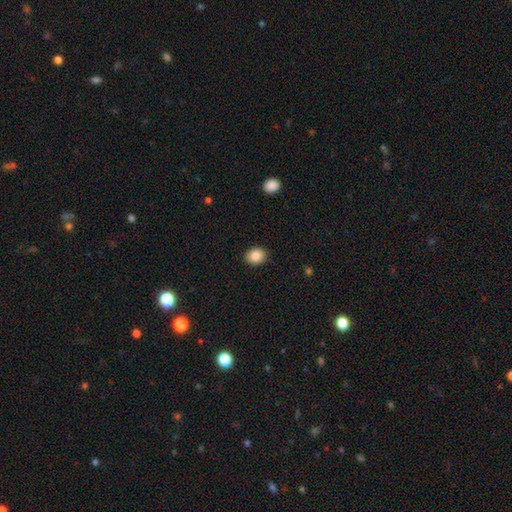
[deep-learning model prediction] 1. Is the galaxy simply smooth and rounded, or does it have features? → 87% smooth, 8% star or artifact, 4% featured or disk.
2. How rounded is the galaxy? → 51% round, 48% in between, 1% cigar-shaped.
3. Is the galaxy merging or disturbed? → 89% none, 8% minor disturbance, 2% major disturbance, 1% merger.